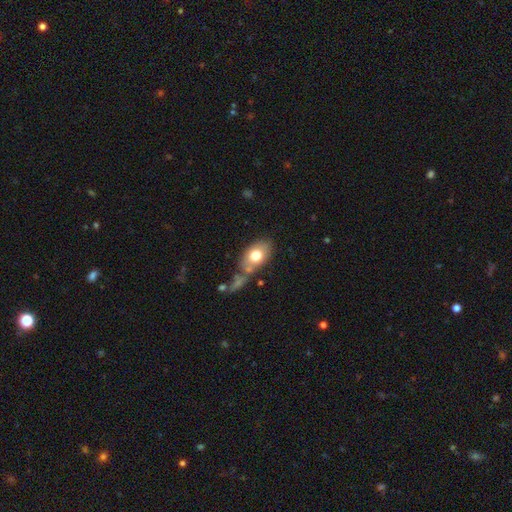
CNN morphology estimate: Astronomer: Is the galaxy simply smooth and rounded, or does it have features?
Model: smooth — 72%.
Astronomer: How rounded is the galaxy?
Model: in between — 83%.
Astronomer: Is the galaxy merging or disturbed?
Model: none — 48%.